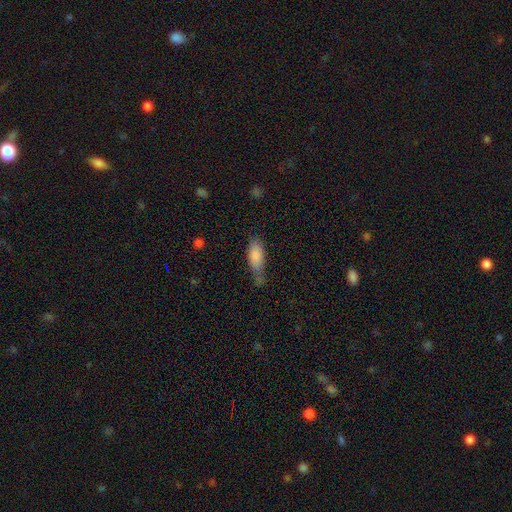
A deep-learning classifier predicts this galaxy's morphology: Smooth or featured?
  - smooth: 84% *
  - featured or disk: 9%
  - star or artifact: 7%
How rounded?
  - in between: 73% *
  - cigar-shaped: 25%
  - round: 3%
Merging?
  - none: 39% * (tied)
  - minor disturbance: 39% * (tied)
  - major disturbance: 15%
  - merger: 7%